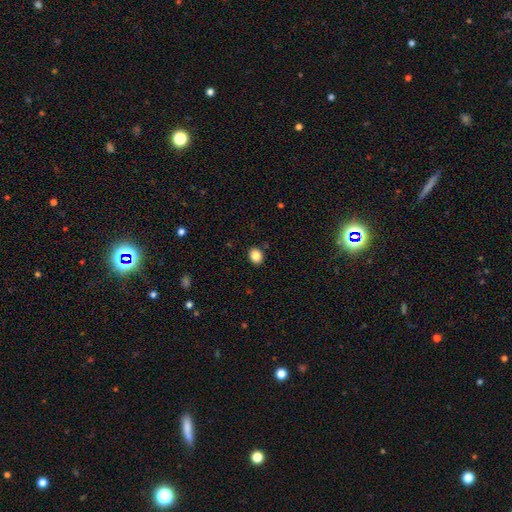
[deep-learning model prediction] Smooth or featured? smooth (85%)
How rounded? round (55%)
Merging? none (88%)